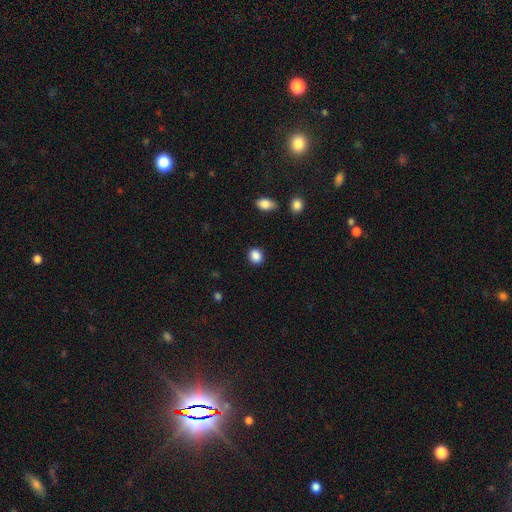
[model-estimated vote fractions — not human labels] A smooth galaxy with no disk features (88%) that is round (63%). Merging: none (89%).